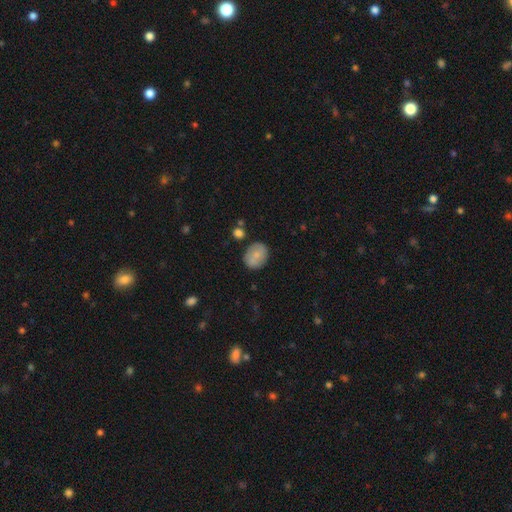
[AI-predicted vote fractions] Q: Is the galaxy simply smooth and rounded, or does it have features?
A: smooth — 75%.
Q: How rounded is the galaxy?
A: in between — 52%.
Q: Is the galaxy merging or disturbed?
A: none — 75%.